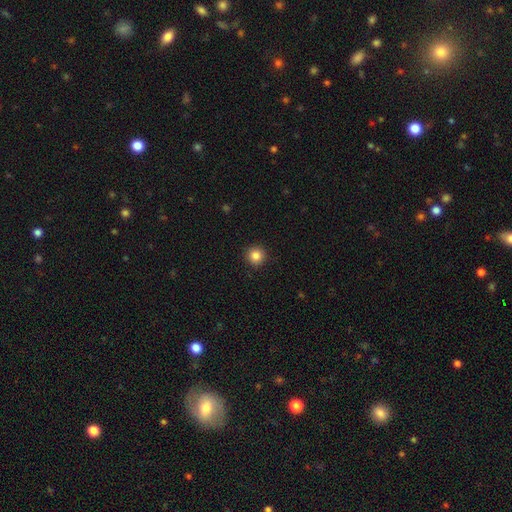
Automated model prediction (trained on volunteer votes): Smooth or featured? smooth (85%)
How rounded? round (95%)
Merging? none (92%)